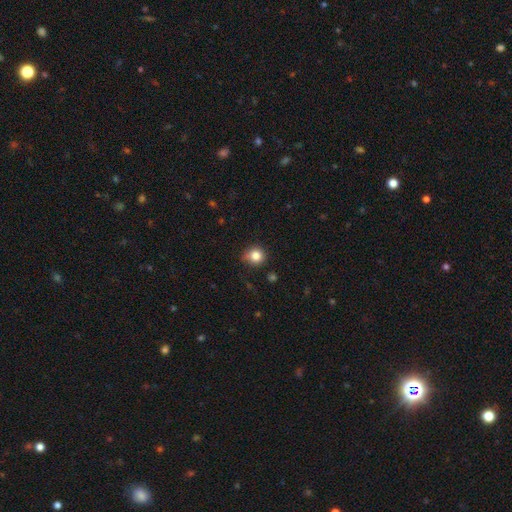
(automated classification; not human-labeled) Morphology: type=smooth (83%); roundness=round (90%); merging=none (78%).